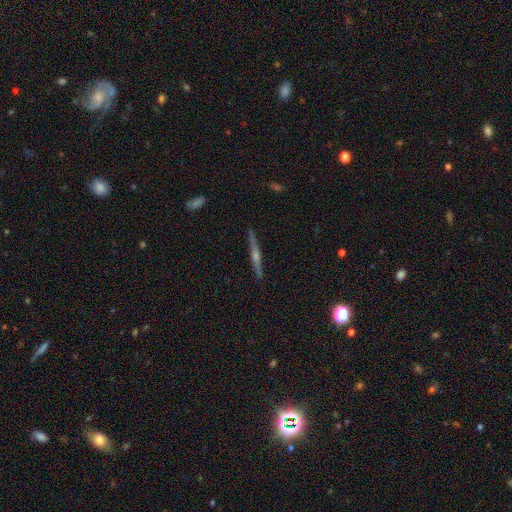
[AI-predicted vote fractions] This appears to be a featured or disk galaxy (79%) viewed edge-on (98%) with a rounded central bulge (85%). Merging: none (91%).